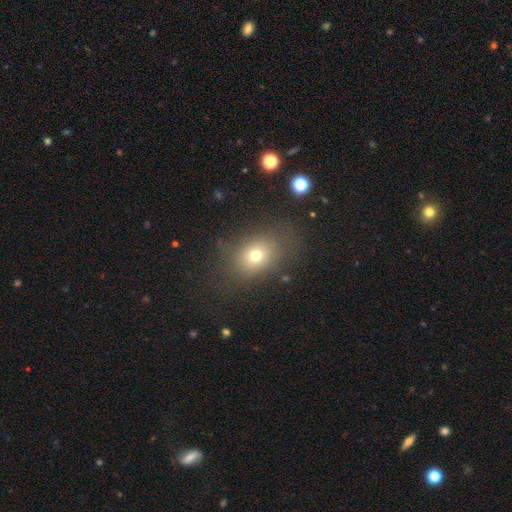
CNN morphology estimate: smooth 71%, star or artifact 16%, featured or disk 14%. Down the decision tree: how rounded — in between (57%); merging — none (74%).